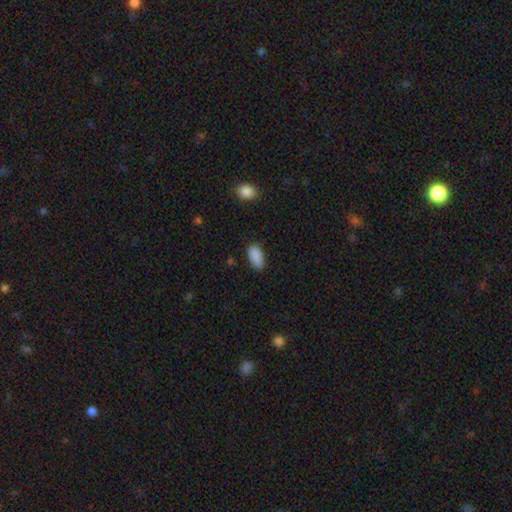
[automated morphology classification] The model was most divided on "merging": none: 81%, minor disturbance: 15%, major disturbance: 3%, merger: 1%. More confident: how rounded — in between (93%); smooth or featured — smooth (89%).